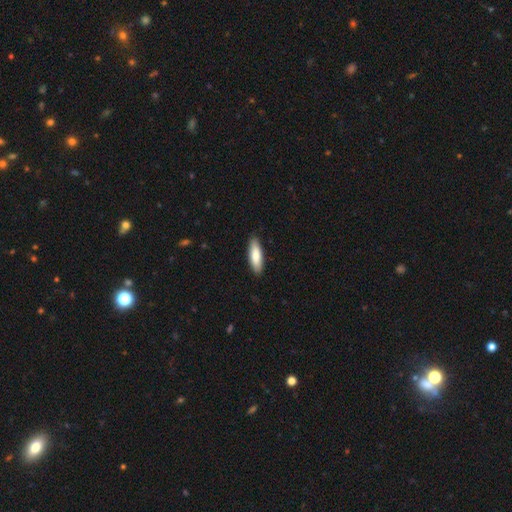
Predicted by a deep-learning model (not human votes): Smooth or featured? smooth (82%)
How rounded? in between (55%)
Merging? none (89%)